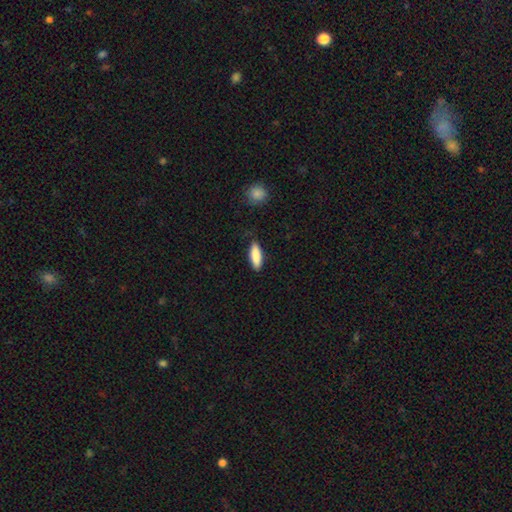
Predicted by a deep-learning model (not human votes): Smooth or featured? smooth (87%)
How rounded? in between (57%)
Merging? none (82%)